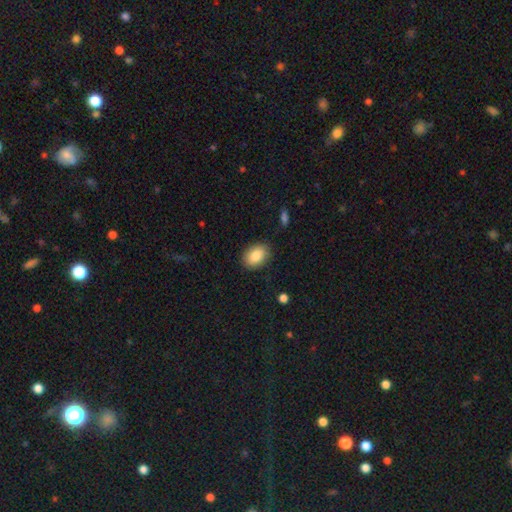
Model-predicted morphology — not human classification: Q: Smooth or featured?
A: smooth (85%); runner-up: star or artifact (7%)
Q: How rounded?
A: in between (80%); runner-up: round (19%)
Q: Merging?
A: none (86%); runner-up: minor disturbance (10%)